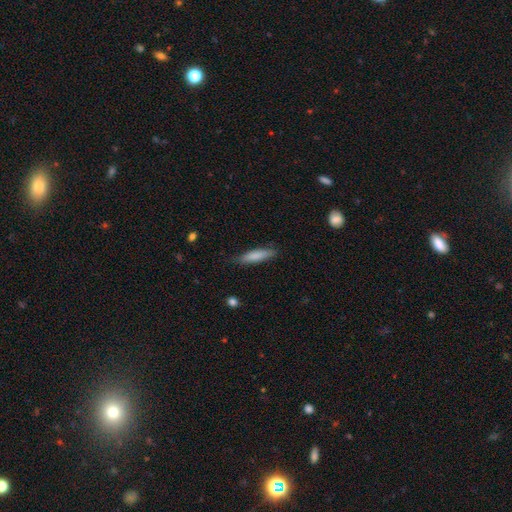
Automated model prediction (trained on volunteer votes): A smooth galaxy with no disk features (81%) that is cigar-shaped (79%).

Vote fractions:
- Smooth or featured? smooth: 81% / featured or disk: 13% / star or artifact: 6%
- How rounded? cigar-shaped: 79% / in between: 19% / round: 1%
- Merging? none: 80% / minor disturbance: 15% / major disturbance: 3% / merger: 1%